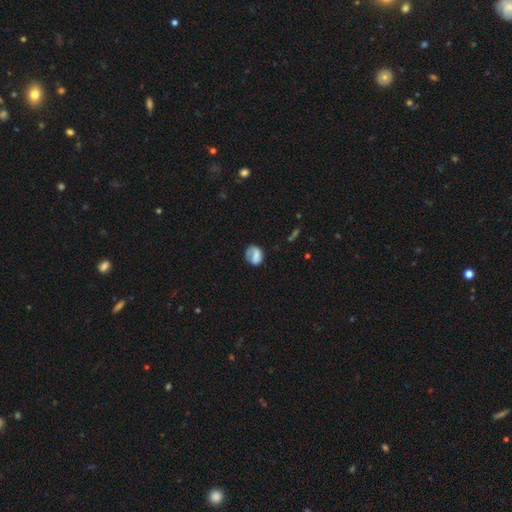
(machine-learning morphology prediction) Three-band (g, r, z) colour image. It shows a smooth galaxy with no disk features (65%) that is round (56%). Merging: none (53%).